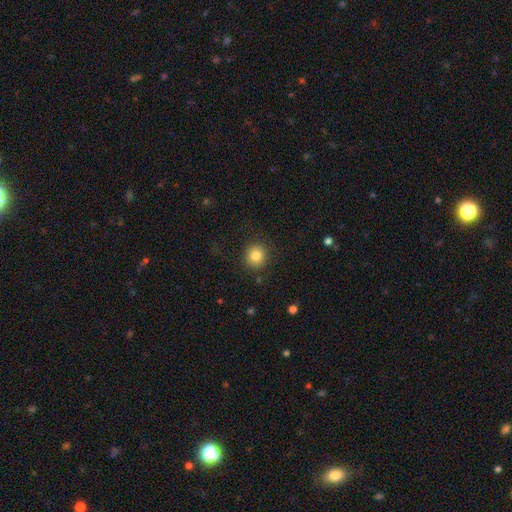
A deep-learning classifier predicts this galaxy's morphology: This appears to be a smooth galaxy with no disk features (83%) that is round (90%). Merging: none (88%).